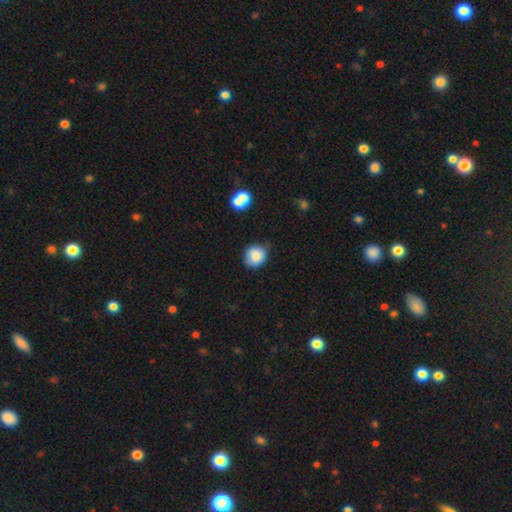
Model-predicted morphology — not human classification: type=smooth (82%); roundness=round (76%); merging=none (68%).